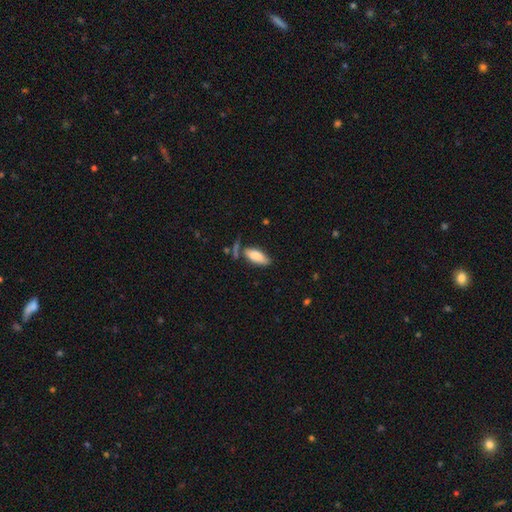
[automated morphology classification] A smooth galaxy with no disk features (81%) that is in between round and cigar-shaped (79%). Merging: none (61%).